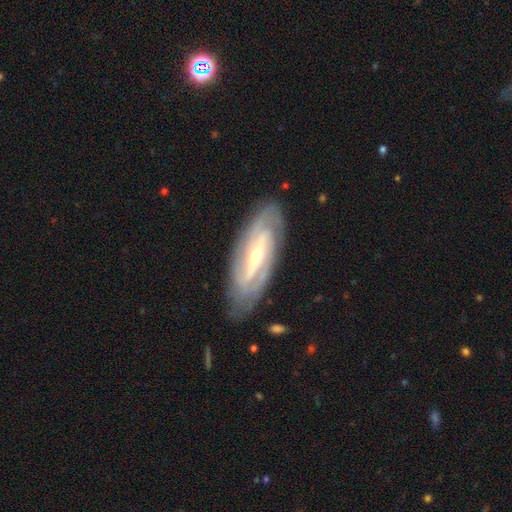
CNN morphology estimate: type=featured or disk (84%); edge-on=no (88%); bar=strong (41%); spiral arms=yes (93%); winding=tight (56%); arm count=2 (50%); bulge=small (58%); merging=none (81%).